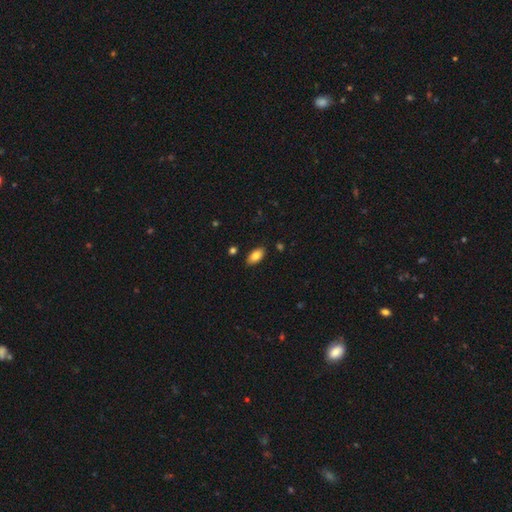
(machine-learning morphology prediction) This is clearly a smooth galaxy (83%). How rounded: clearly in between (93%). Merging: clearly none (87%).